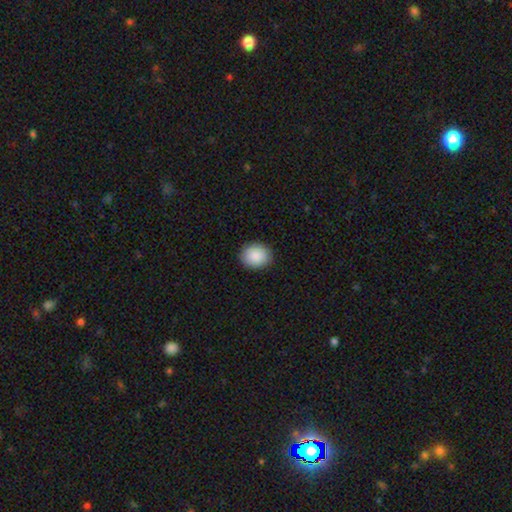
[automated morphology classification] Smooth or featured? Predicted: smooth (p=0.89). How rounded? Predicted: round (p=0.66). Merging? Predicted: none (p=0.90).